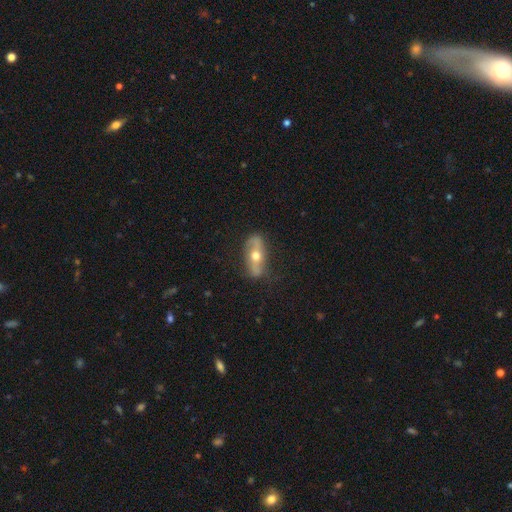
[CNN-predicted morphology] featured or disk 64%, smooth 30%, star or artifact 7%. Down the decision tree: edge-on disk — no (65%); merging — none (76%).